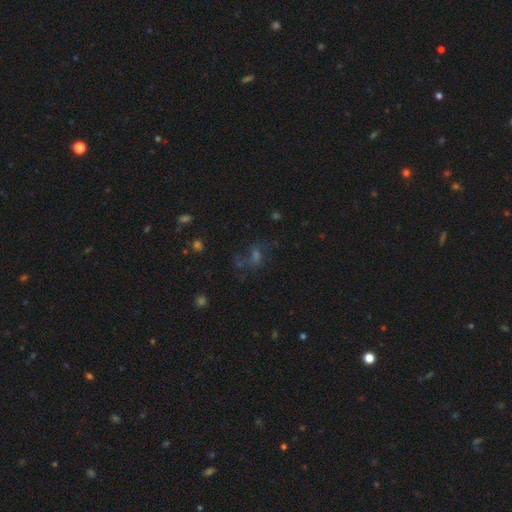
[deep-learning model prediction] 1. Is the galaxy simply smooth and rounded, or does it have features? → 41% star or artifact, 30% smooth, 29% featured or disk.